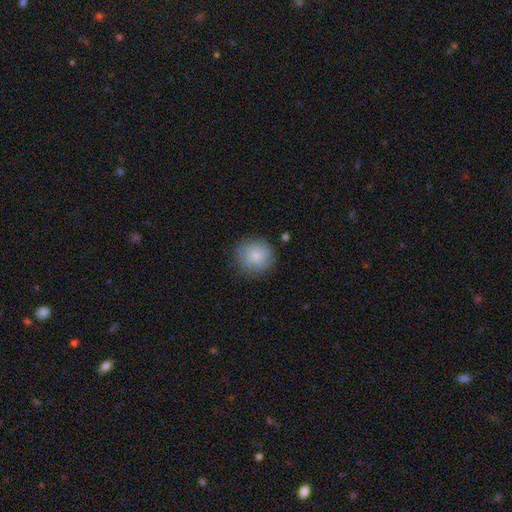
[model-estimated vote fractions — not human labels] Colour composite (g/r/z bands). It shows a smooth galaxy with no disk features (76%) that is round (92%). Merging: none (81%).